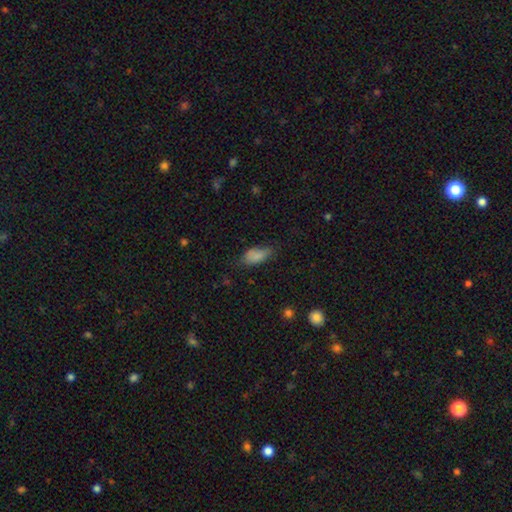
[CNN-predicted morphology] The model was most divided on "merging": none: 60%, minor disturbance: 30%, major disturbance: 8%, merger: 2%. More confident: how rounded — in between (90%); smooth or featured — smooth (84%).